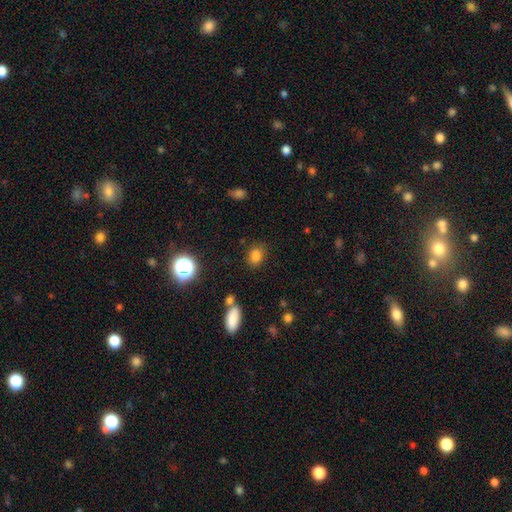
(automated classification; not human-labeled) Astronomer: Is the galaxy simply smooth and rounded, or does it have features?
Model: smooth — 80%.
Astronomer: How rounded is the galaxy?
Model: in between — 52% (runner-up: round, 47%).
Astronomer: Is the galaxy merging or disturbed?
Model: none — 78%.